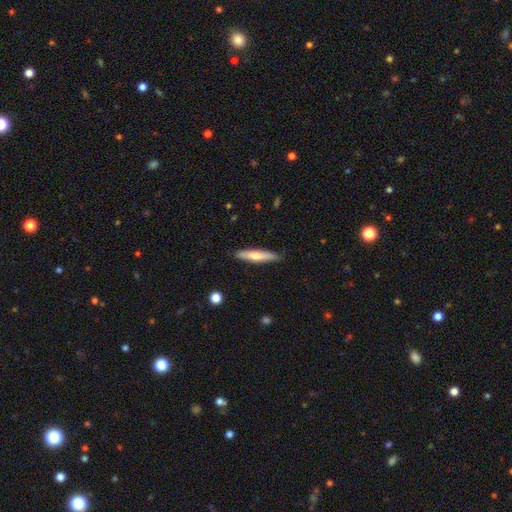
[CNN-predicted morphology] smooth_or_featured: smooth (p=0.63) [alt: featured or disk p=0.31]
how_rounded: cigar-shaped (p=0.87) [alt: in between p=0.11]
merging: none (p=0.86) [alt: minor disturbance p=0.11]